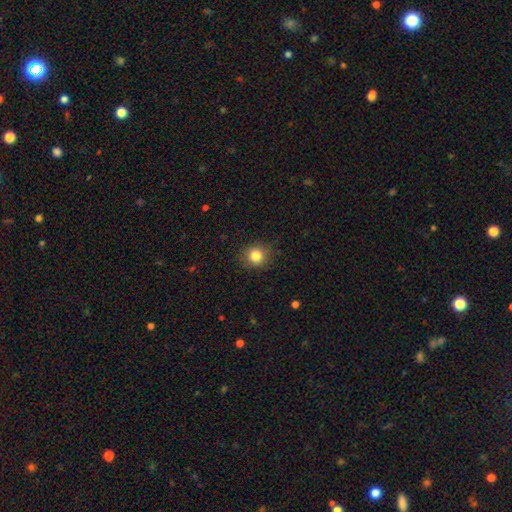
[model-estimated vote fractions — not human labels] smooth-or-featured: smooth: 83% | star or artifact: 11% | featured or disk: 6%
  how-rounded: round: 87% | in between: 12% | cigar-shaped: 1%
  merging: none: 88% | minor disturbance: 9% | major disturbance: 3% | merger: 1%